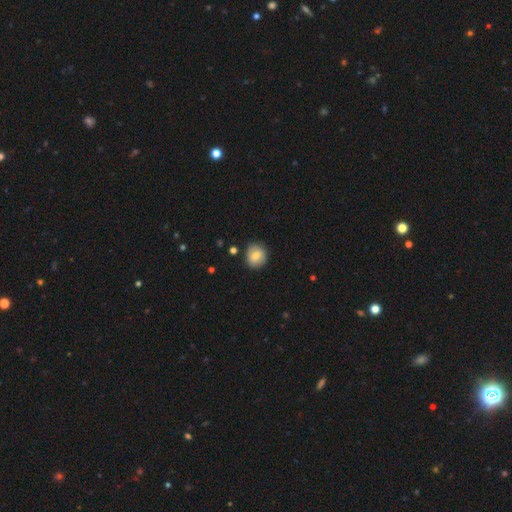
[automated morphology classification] Smooth or featured? smooth (78%)
How rounded? round (87%)
Merging? none (85%)